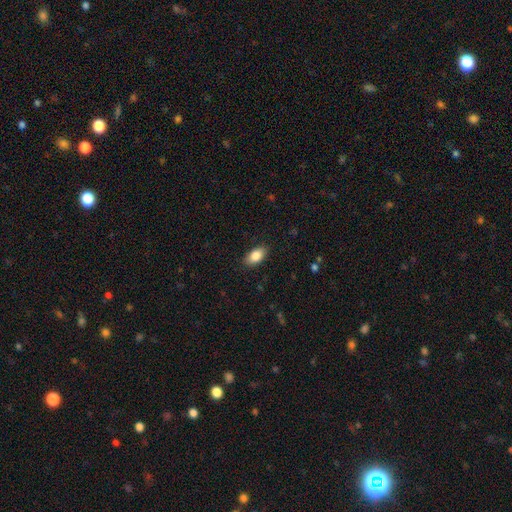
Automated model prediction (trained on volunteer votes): Smooth or featured: smooth — 85% (featured or disk — 8%)
How rounded: in between — 91% (round — 5%)
Merging: none — 87% (minor disturbance — 10%)